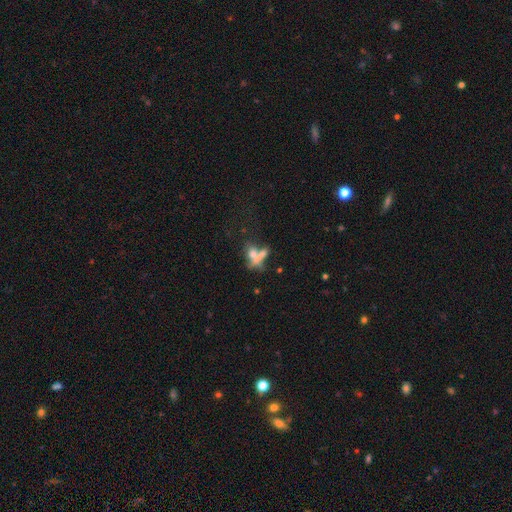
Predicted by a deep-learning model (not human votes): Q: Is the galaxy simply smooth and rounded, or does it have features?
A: smooth — 56%.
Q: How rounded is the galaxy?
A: in between — 53%.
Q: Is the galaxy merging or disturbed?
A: merger — 46%.